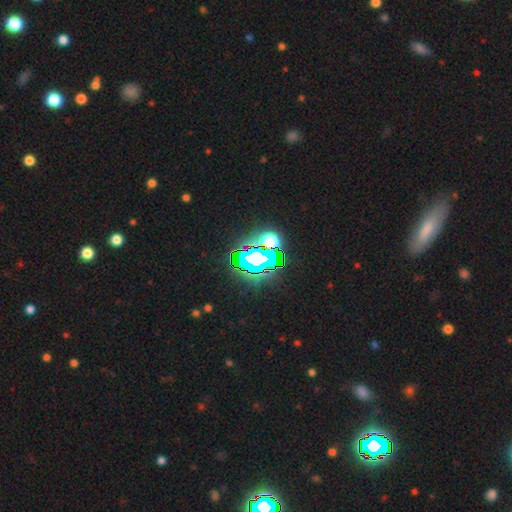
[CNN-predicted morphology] Overall: star or artifact (80%).